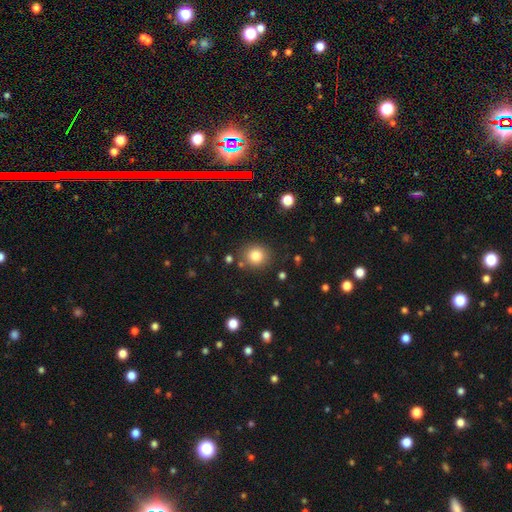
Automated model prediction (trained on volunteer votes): Smooth or featured?
  - smooth: 83% *
  - star or artifact: 11%
  - featured or disk: 6%
How rounded?
  - round: 87% *
  - in between: 12%
  - cigar-shaped: 1%
Merging?
  - none: 83% *
  - minor disturbance: 9%
  - merger: 4%
  - major disturbance: 3%